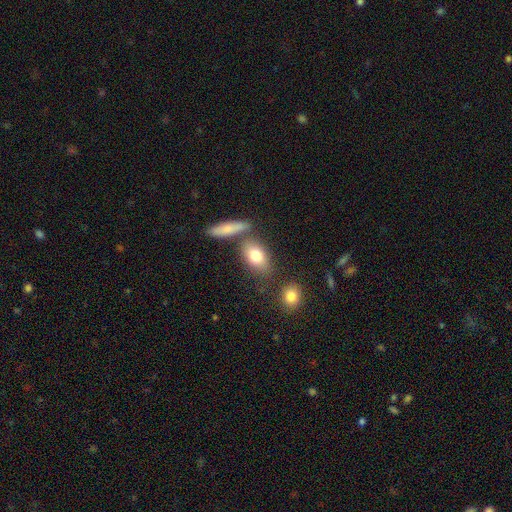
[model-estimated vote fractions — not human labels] The model was most divided on "merging": none: 66%, merger: 17%, minor disturbance: 13%, major disturbance: 4%. More confident: how rounded — in between (82%); smooth or featured — smooth (79%).